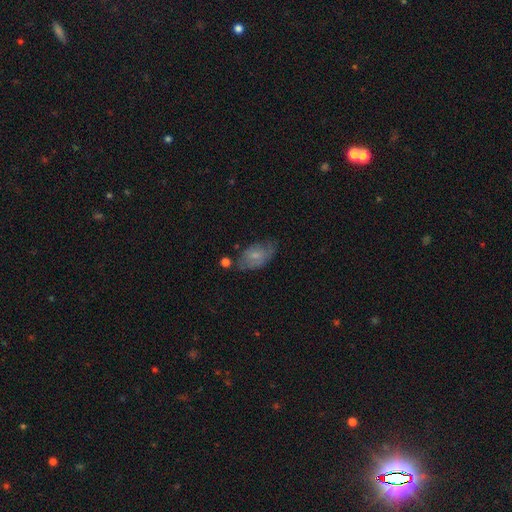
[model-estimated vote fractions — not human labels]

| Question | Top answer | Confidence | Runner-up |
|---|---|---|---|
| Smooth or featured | smooth | 60% | featured or disk (33%) |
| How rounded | in between | 90% | round (7%) |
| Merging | none | 55% | minor disturbance (29%) |